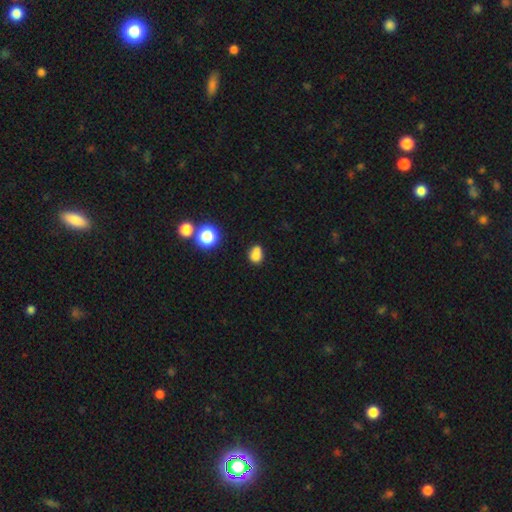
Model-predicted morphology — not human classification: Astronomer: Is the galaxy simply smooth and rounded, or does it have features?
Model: smooth — 80%.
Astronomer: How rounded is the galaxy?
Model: in between — 53% (runner-up: round, 46%).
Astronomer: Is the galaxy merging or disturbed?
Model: none — 58%.